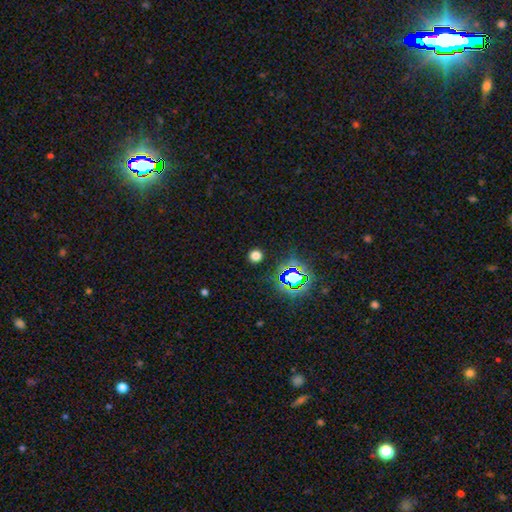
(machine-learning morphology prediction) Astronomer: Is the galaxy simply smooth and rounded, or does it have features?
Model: smooth — 69%.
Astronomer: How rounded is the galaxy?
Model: round — 88%.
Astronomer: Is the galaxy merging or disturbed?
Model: none — 90%.